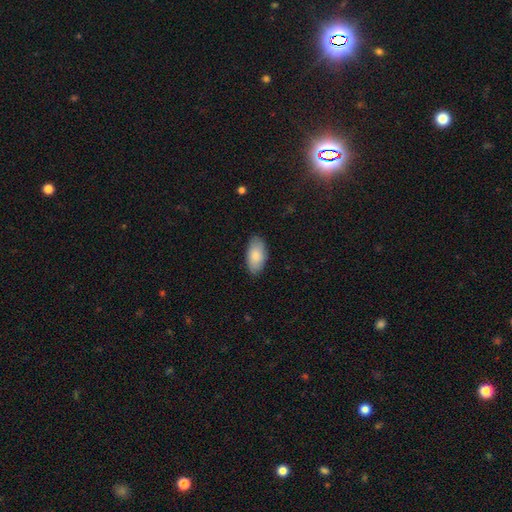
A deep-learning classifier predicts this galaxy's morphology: Smooth or featured: smooth — 85% (featured or disk — 9%)
How rounded: in between — 94% (cigar-shaped — 4%)
Merging: none — 85% (minor disturbance — 12%)